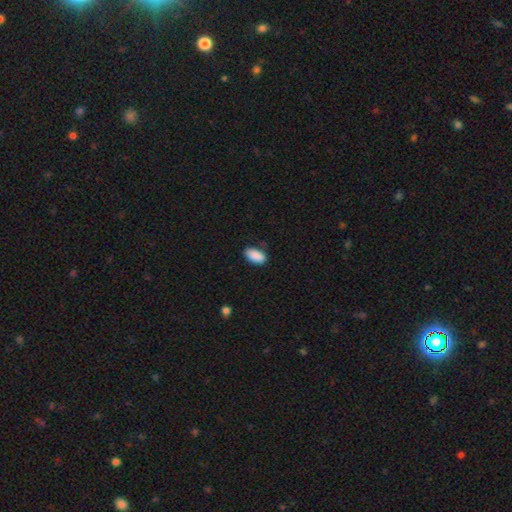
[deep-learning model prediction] Overall: smooth (90%). How rounded: in between (93%). Merging: none (80%).